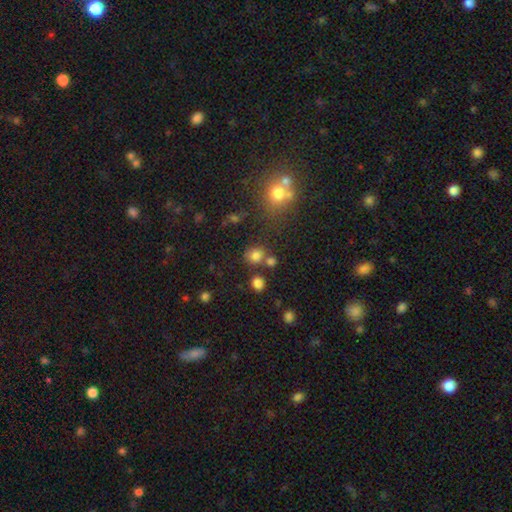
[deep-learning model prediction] The model was most divided on "merging": none: 67%, merger: 18%, minor disturbance: 11%, major disturbance: 5%. More confident: how rounded — round (79%); smooth or featured — smooth (76%).